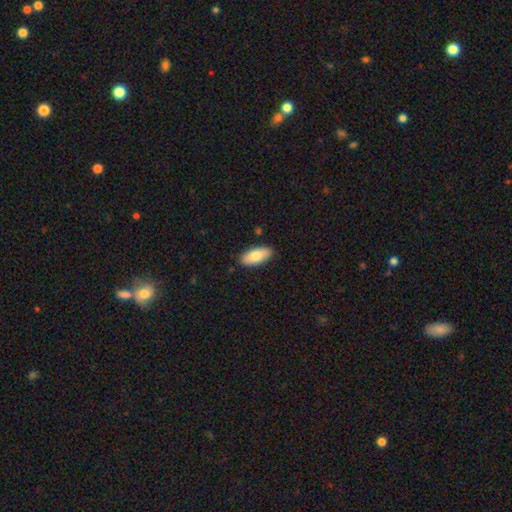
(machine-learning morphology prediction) This is likely a smooth galaxy (79%). How rounded: clearly in between (89%). Merging: clearly none (87%).